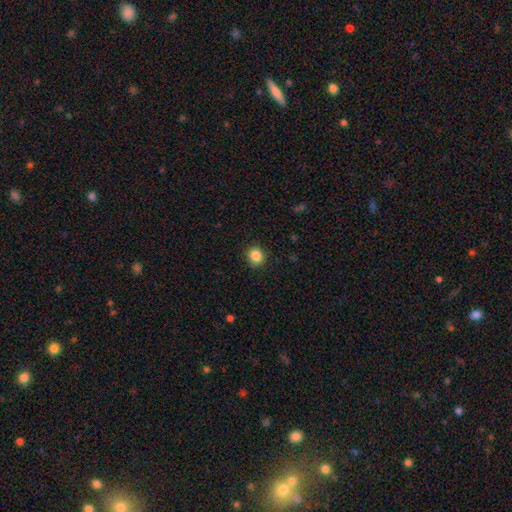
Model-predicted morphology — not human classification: smooth-or-featured: smooth: 86% | star or artifact: 10% | featured or disk: 4%
  how-rounded: round: 82% | in between: 17% | cigar-shaped: 1%
  merging: none: 90% | minor disturbance: 7% | major disturbance: 2% | merger: 1%